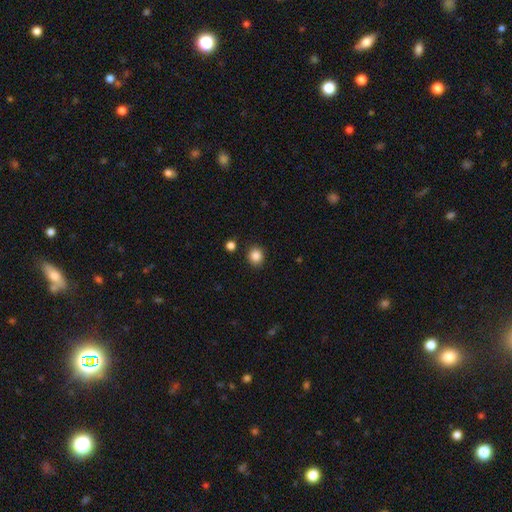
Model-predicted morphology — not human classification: A smooth galaxy with no disk features (86%) that is round (84%). Merging: none (89%).